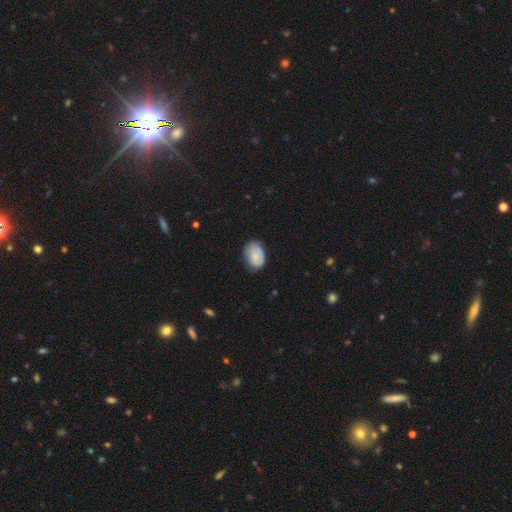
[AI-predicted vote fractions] smooth 71%, featured or disk 22%, star or artifact 7%. Down the decision tree: how rounded — in between (83%); merging — none (68%).